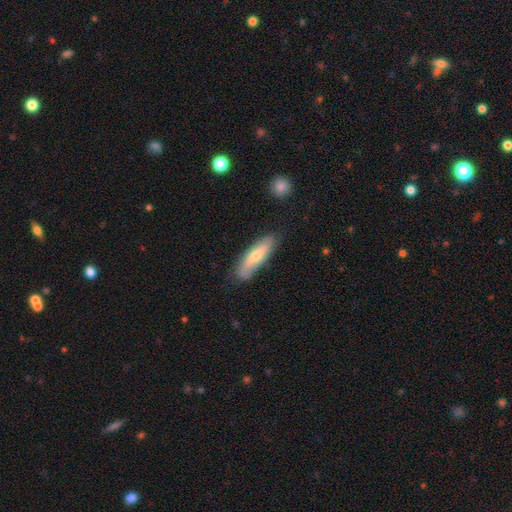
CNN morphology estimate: This appears to be a smooth galaxy with no disk features (54%) that is cigar-shaped (56%). Merging: none (76%).